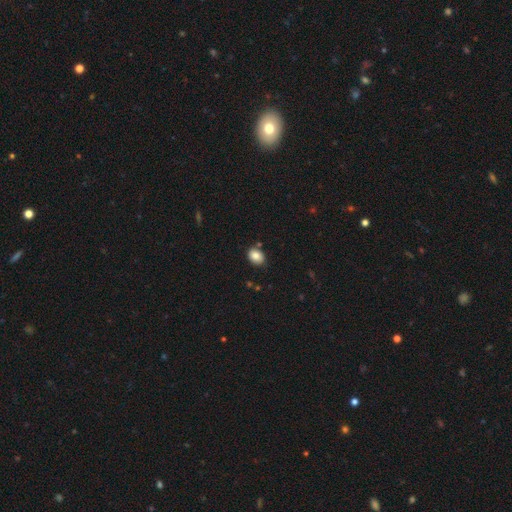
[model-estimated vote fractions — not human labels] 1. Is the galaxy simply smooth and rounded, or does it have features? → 85% smooth, 9% star or artifact, 7% featured or disk.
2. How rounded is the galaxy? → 66% in between, 33% round, 1% cigar-shaped.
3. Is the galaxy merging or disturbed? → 83% none, 11% minor disturbance, 4% merger, 2% major disturbance.